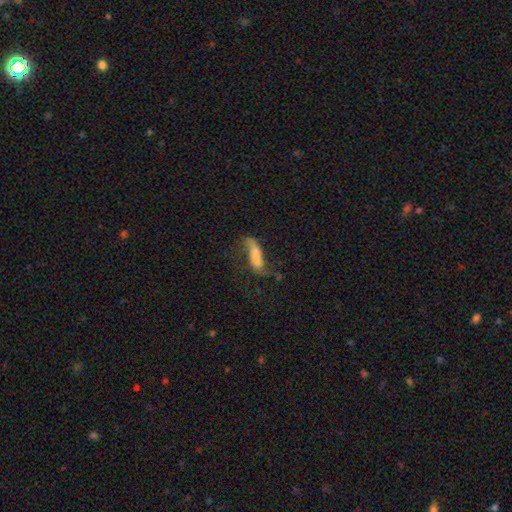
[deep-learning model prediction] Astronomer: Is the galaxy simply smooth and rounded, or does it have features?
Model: featured or disk — 46%, tied with smooth at 46%.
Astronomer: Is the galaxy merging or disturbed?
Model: none — 44% (runner-up: minor disturbance, 25%).